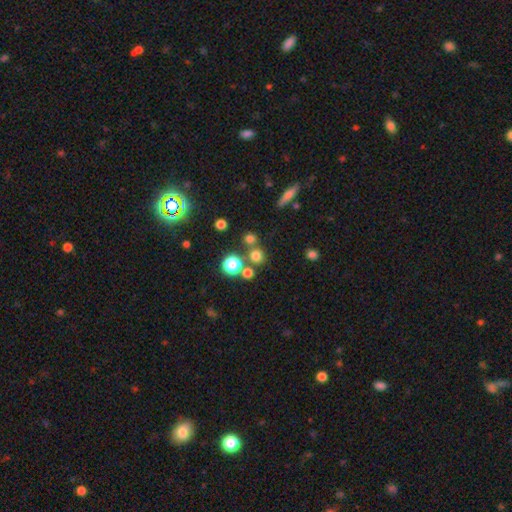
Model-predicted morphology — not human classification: A smooth galaxy with no disk features (70%) that is round (89%).

Vote fractions:
- Smooth or featured? smooth: 70% / star or artifact: 22% / featured or disk: 8%
- How rounded? round: 89% / in between: 10% / cigar-shaped: 1%
- Merging? none: 70% / merger: 18% / minor disturbance: 8% / major disturbance: 4%